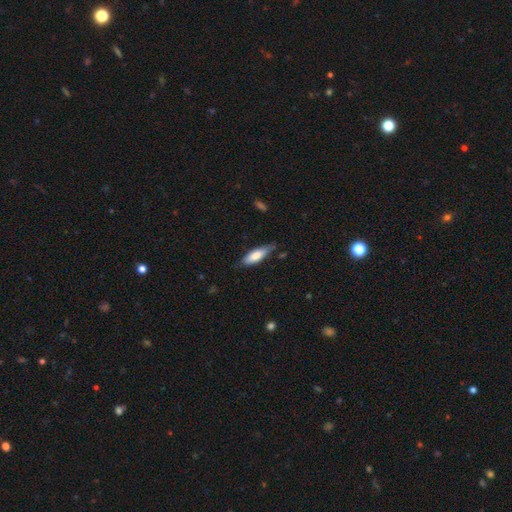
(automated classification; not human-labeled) Smooth or featured?
  - smooth: 76% *
  - featured or disk: 18%
  - star or artifact: 6%
How rounded?
  - in between: 53% *
  - cigar-shaped: 45%
  - round: 2%
Merging?
  - none: 70% *
  - minor disturbance: 24%
  - major disturbance: 4%
  - merger: 2%